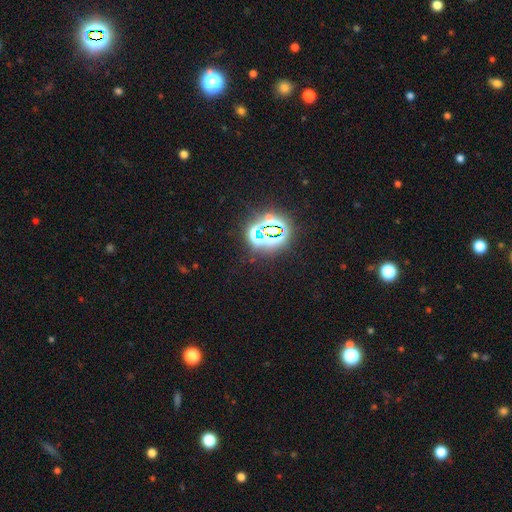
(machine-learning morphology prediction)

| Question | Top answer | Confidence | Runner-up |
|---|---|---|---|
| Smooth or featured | star or artifact | 79% | smooth (13%) |